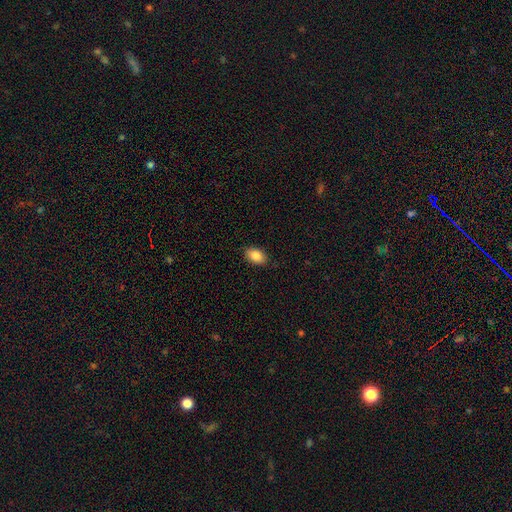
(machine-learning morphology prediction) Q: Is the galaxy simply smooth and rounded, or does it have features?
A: smooth — 87%.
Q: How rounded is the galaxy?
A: in between — 86%.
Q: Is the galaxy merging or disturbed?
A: none — 87%.